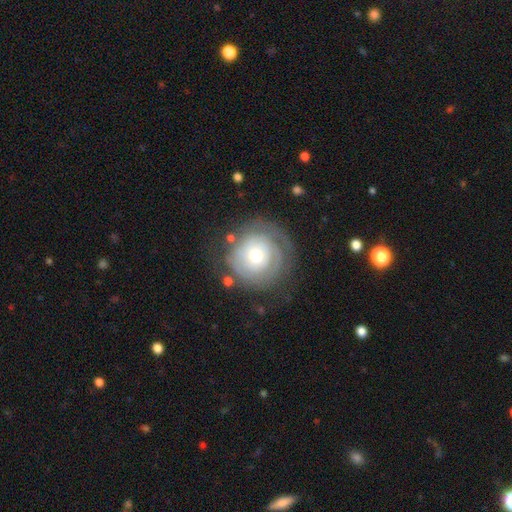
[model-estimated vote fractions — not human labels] The model was most divided on "smooth or featured": featured or disk: 61%, smooth: 31%, star or artifact: 7%. More confident: edge-on disk — no (97%); bar — no (82%); spiral arms — yes (77%); merging — none (68%); bulge size — moderate (61%).